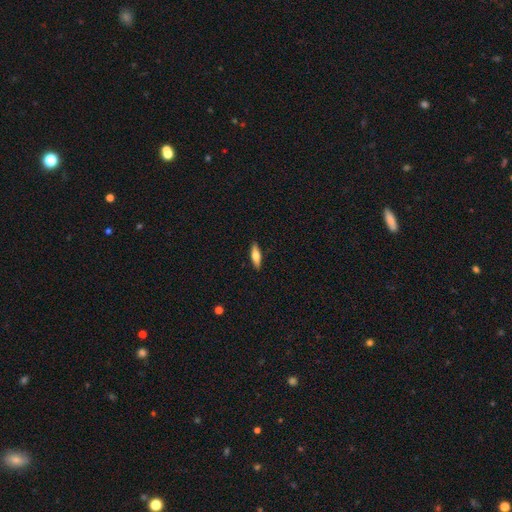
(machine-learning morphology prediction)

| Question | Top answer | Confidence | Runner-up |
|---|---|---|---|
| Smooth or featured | smooth | 63% | featured or disk (31%) |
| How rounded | in between | 50% | cigar-shaped (48%) |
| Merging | none | 89% | minor disturbance (8%) |